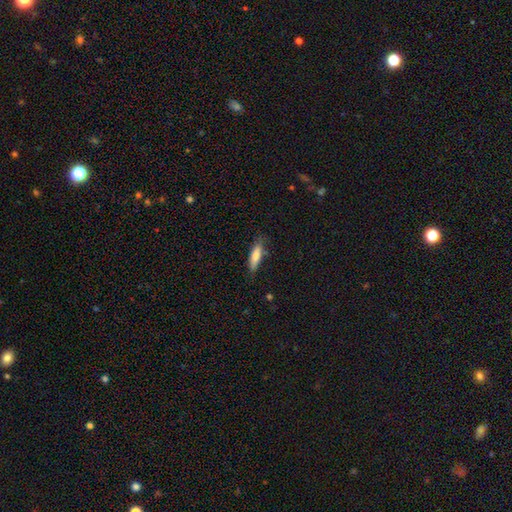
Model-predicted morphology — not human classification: Smooth or featured: smooth — 80% (featured or disk — 14%)
How rounded: cigar-shaped — 63% (in between — 36%)
Merging: none — 74% (minor disturbance — 20%)